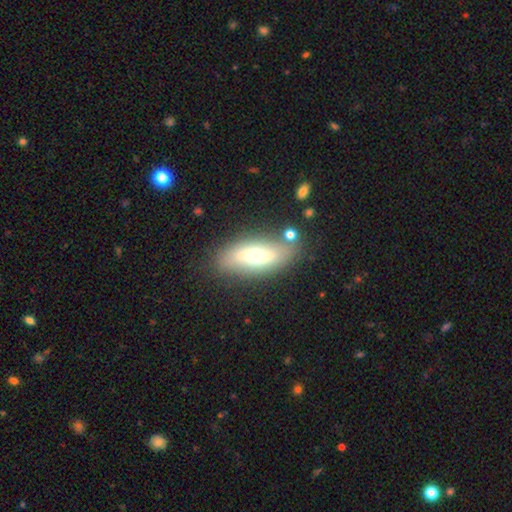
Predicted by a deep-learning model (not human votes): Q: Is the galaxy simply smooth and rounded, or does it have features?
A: smooth — 47%.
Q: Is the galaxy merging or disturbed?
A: none — 75%.